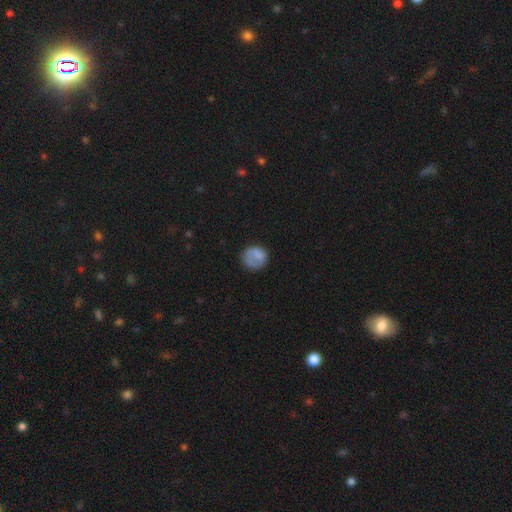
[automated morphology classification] smooth_or_featured: smooth (p=0.75) [alt: featured or disk p=0.16]
how_rounded: round (p=0.78) [alt: in between p=0.21]
merging: none (p=0.60) [alt: minor disturbance p=0.23]